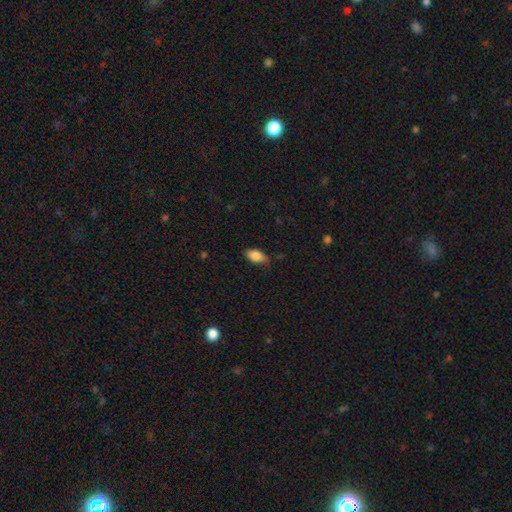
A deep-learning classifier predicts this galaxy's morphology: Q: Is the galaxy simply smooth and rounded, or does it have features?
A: smooth — 85%.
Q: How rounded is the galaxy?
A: in between — 91%.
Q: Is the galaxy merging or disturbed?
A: none — 72%.